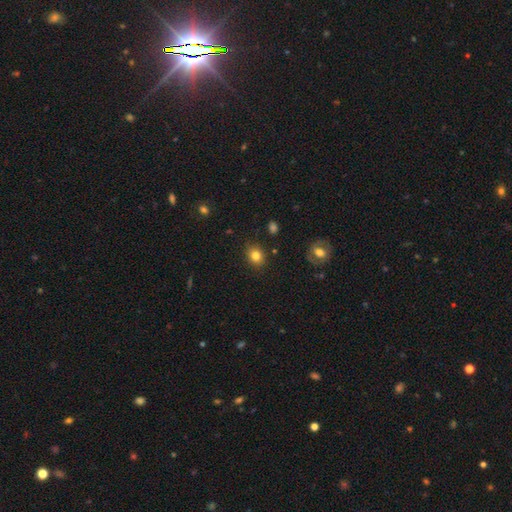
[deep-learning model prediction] A smooth galaxy with no disk features (81%) that is round (62%).

Vote fractions:
- Smooth or featured? smooth: 81% / star or artifact: 11% / featured or disk: 8%
- How rounded? round: 62% / in between: 37% / cigar-shaped: 1%
- Merging? none: 86% / minor disturbance: 10% / major disturbance: 2% / merger: 2%